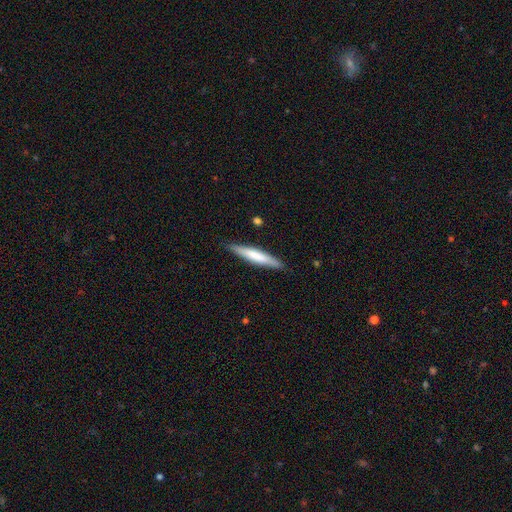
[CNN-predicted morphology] Q: Smooth or featured?
A: smooth (62%); runner-up: featured or disk (33%)
Q: How rounded?
A: cigar-shaped (92%); runner-up: in between (7%)
Q: Merging?
A: none (88%); runner-up: minor disturbance (9%)